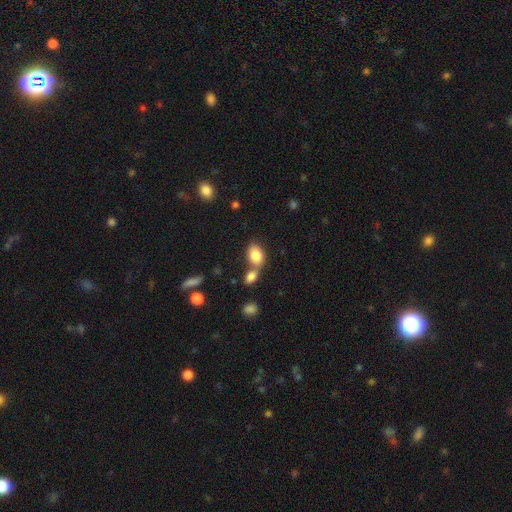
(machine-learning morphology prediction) smooth-or-featured: smooth: 84% | featured or disk: 9% | star or artifact: 8%
  how-rounded: in between: 86% | round: 13% | cigar-shaped: 2%
  merging: none: 44% | merger: 41% | minor disturbance: 11% | major disturbance: 4%